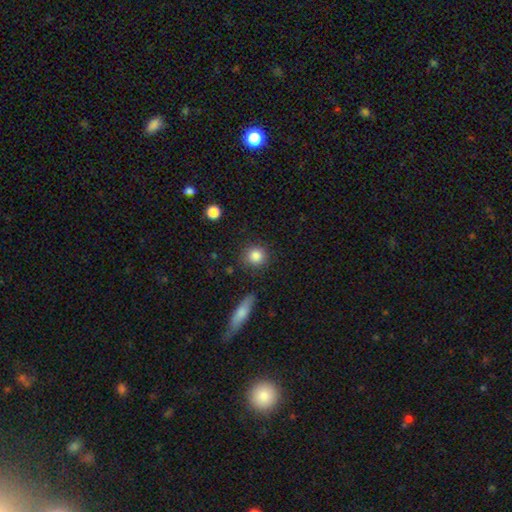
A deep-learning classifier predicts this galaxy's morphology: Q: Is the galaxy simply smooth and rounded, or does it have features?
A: smooth — 86%.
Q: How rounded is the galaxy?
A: round — 90%.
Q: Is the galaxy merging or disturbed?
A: none — 85%.